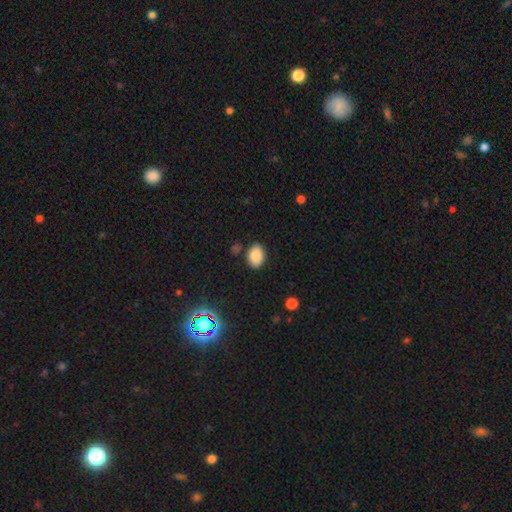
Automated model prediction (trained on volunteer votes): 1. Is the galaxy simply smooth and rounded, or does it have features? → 87% smooth, 9% star or artifact, 5% featured or disk.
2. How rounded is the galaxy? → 83% in between, 16% round, 1% cigar-shaped.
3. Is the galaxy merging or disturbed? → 82% none, 12% minor disturbance, 3% merger, 3% major disturbance.